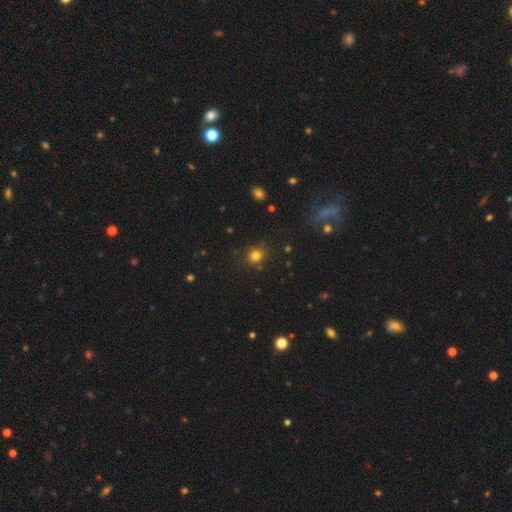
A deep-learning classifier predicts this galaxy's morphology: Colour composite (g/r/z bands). It shows a smooth galaxy with no disk features (79%) that is round (80%). Merging: none (84%).